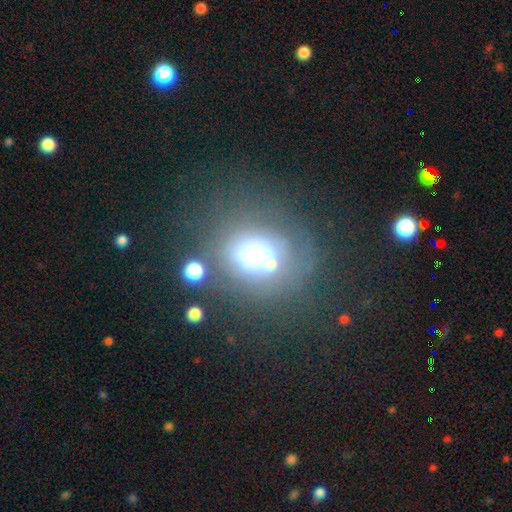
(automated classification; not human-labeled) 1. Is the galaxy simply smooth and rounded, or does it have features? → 45% smooth, 37% featured or disk, 18% star or artifact.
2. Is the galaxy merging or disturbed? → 46% none, 20% merger, 17% major disturbance, 16% minor disturbance.